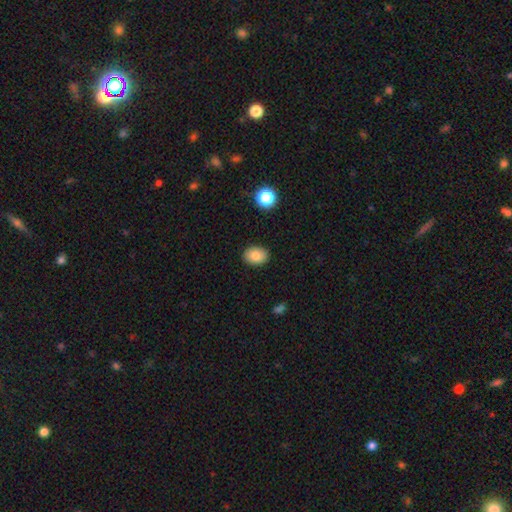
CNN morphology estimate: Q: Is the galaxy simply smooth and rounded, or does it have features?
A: smooth — 82%.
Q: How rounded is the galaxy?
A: in between — 69%.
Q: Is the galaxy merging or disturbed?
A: none — 89%.